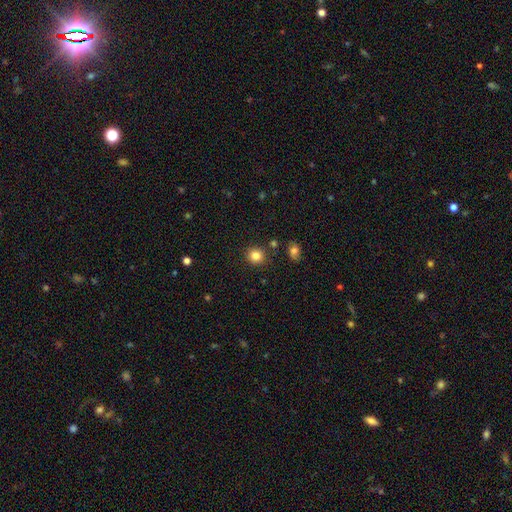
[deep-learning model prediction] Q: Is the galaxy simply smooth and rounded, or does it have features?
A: smooth — 83%.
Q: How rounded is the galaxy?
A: round — 90%.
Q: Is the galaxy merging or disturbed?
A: none — 88%.